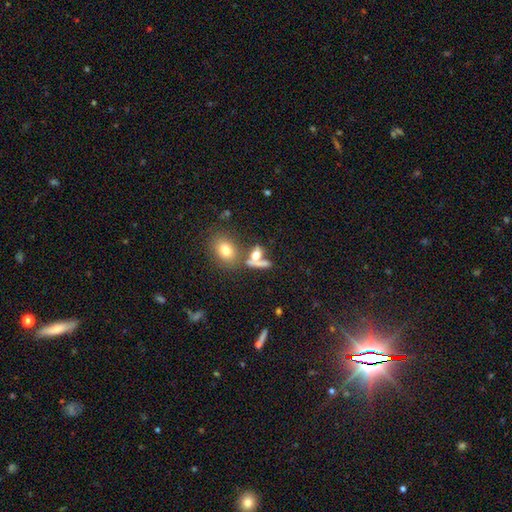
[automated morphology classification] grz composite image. It shows a smooth galaxy with no disk features (61%) that is in between round and cigar-shaped (50%). Merging: none (44%).